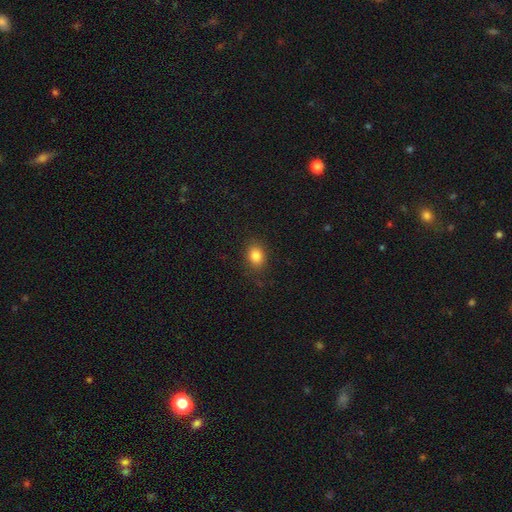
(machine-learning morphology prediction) This is clearly a smooth galaxy (83%). How rounded: possibly in between (60%). Merging: clearly none (86%).